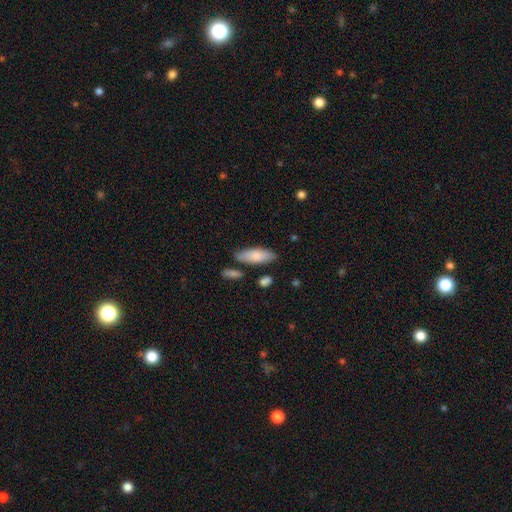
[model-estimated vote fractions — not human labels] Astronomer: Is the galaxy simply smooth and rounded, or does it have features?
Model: smooth — 82%.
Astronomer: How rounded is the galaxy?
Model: in between — 69%.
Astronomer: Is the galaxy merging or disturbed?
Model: none — 79%.